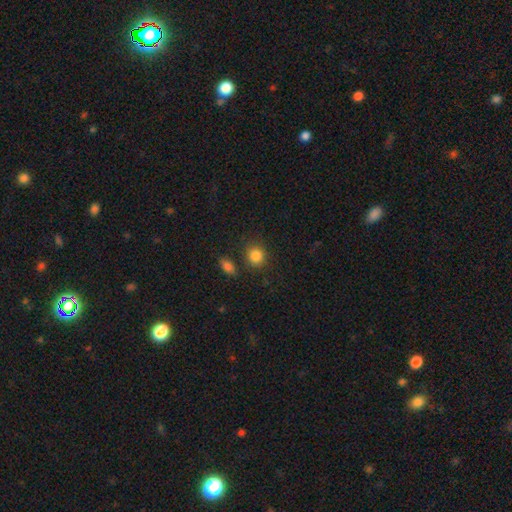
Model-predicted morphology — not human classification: Smooth or featured? smooth (86%)
How rounded? round (81%)
Merging? none (81%)